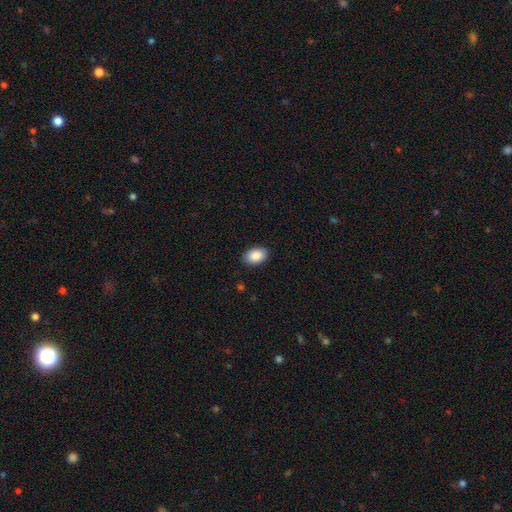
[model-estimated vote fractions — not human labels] Q: Smooth or featured?
A: smooth (89%); runner-up: star or artifact (7%)
Q: How rounded?
A: in between (89%); runner-up: round (10%)
Q: Merging?
A: none (89%); runner-up: minor disturbance (9%)